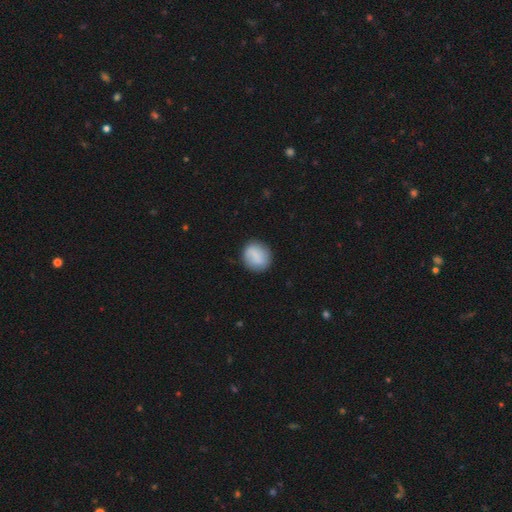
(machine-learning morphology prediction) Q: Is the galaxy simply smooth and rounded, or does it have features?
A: smooth — 78%.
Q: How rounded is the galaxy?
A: round — 73%.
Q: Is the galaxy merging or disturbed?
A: none — 84%.